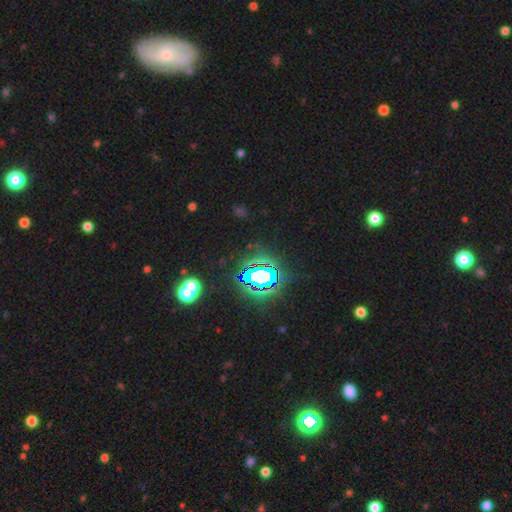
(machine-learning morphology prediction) Q: Smooth or featured?
A: star or artifact (77%); runner-up: smooth (13%)